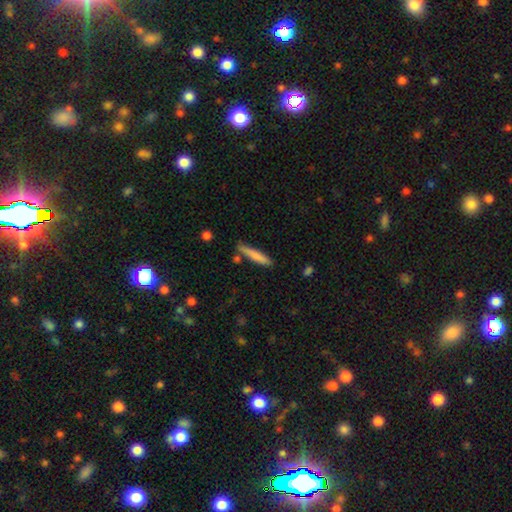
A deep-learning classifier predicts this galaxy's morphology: smooth-or-featured: smooth: 78% | featured or disk: 16% | star or artifact: 6%
  how-rounded: cigar-shaped: 90% | in between: 9% | round: 1%
  merging: none: 75% | minor disturbance: 16% | merger: 6% | major disturbance: 3%